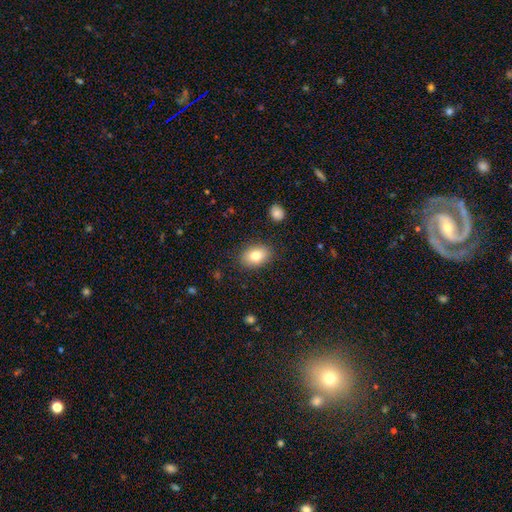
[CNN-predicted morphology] smooth_or_featured: smooth (p=0.83) [alt: featured or disk p=0.09]
how_rounded: in between (p=0.83) [alt: round p=0.16]
merging: none (p=0.85) [alt: minor disturbance p=0.10]